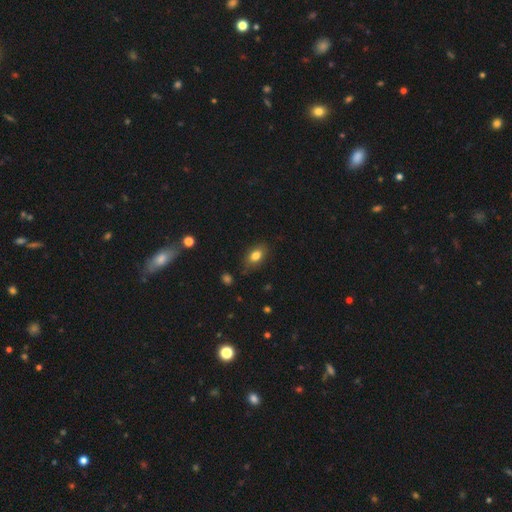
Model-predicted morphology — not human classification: The model was most divided on "merging": none: 80%, minor disturbance: 15%, major disturbance: 3%, merger: 2%. More confident: how rounded — in between (85%); smooth or featured — smooth (82%).